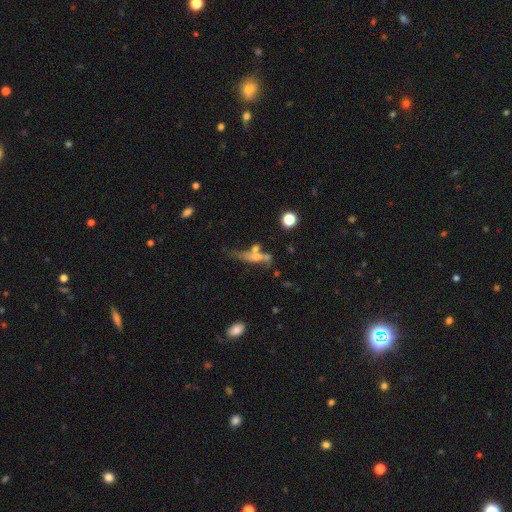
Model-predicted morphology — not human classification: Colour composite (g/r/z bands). It shows a smooth galaxy with no disk features (49%). Merging: merger (32%).